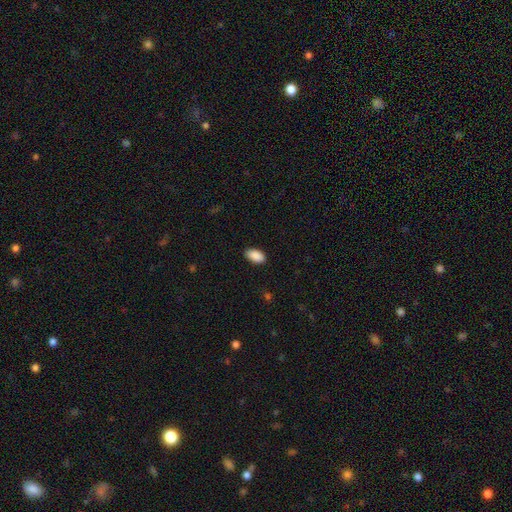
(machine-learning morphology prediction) Overall: smooth (90%). How rounded: in between (95%). Merging: none (87%).